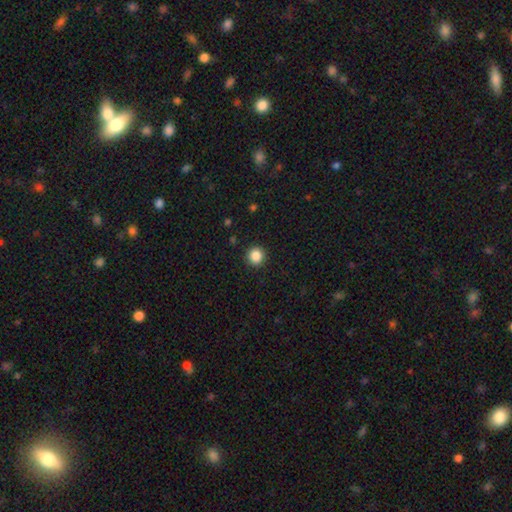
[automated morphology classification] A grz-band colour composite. It shows a smooth galaxy with no disk features (86%) that is round (94%). Merging: none (92%).